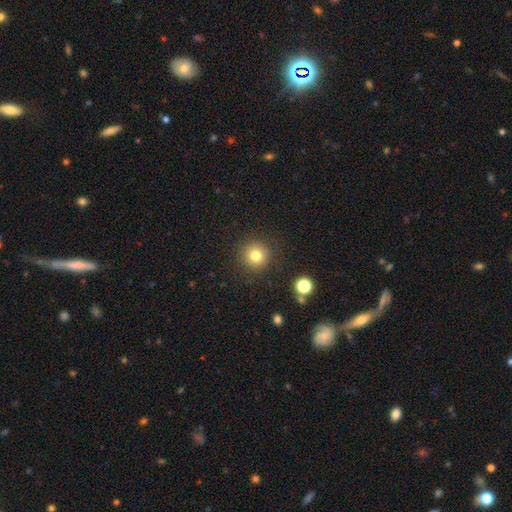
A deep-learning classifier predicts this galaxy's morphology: Q: Smooth or featured?
A: smooth (79%); runner-up: star or artifact (13%)
Q: How rounded?
A: round (94%); runner-up: in between (5%)
Q: Merging?
A: none (89%); runner-up: minor disturbance (7%)